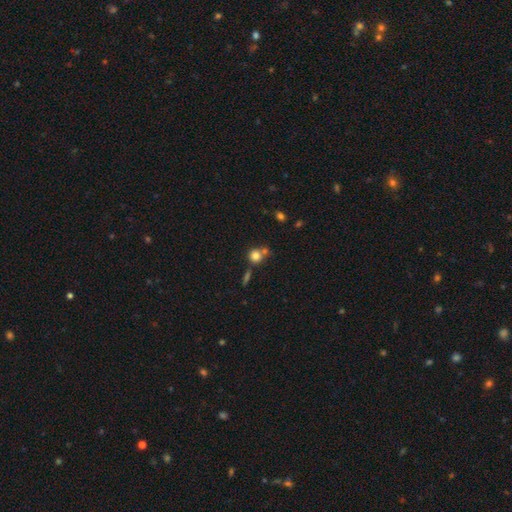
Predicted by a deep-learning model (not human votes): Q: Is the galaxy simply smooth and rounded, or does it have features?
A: smooth — 78%.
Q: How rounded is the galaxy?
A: round — 86%.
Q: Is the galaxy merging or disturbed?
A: none — 53%.